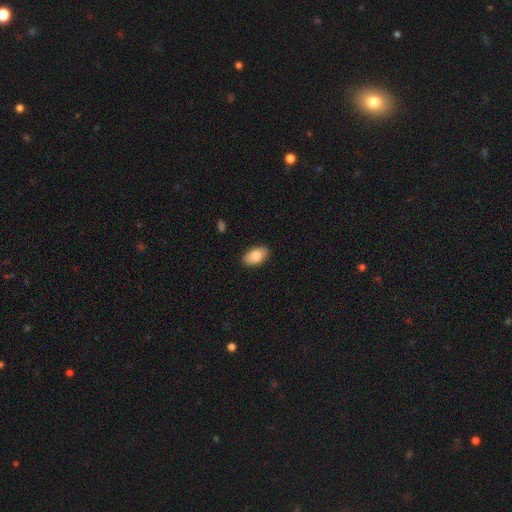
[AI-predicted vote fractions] smooth-or-featured: smooth: 81% | featured or disk: 12% | star or artifact: 6%
  how-rounded: in between: 93% | round: 5% | cigar-shaped: 2%
  merging: none: 89% | minor disturbance: 9% | major disturbance: 2% | merger: 1%